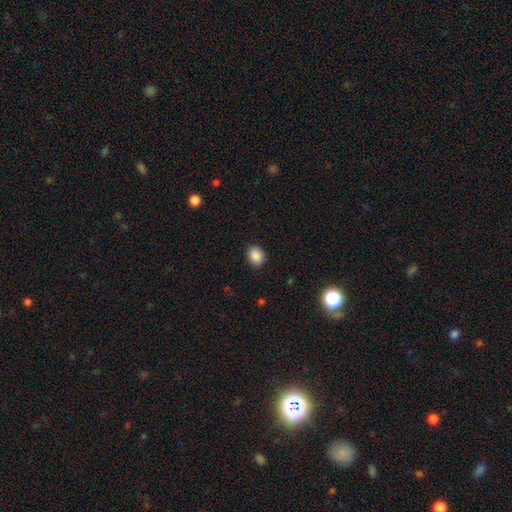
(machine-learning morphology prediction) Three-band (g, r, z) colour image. It shows a smooth galaxy with no disk features (88%) that is in between round and cigar-shaped (58%). Merging: none (89%).